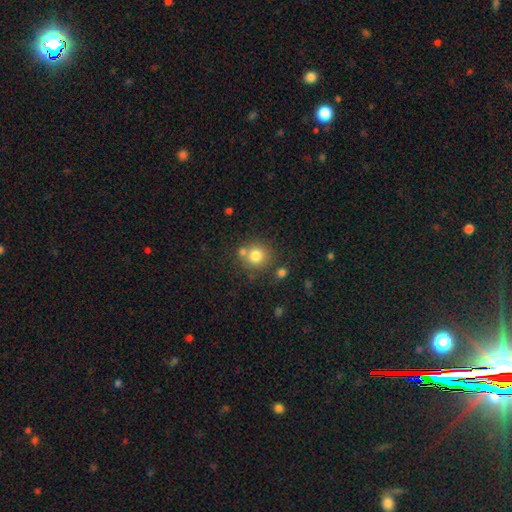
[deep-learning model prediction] Smooth or featured?
  - smooth: 78% *
  - star or artifact: 12%
  - featured or disk: 10%
How rounded?
  - round: 90% *
  - in between: 9%
  - cigar-shaped: 1%
Merging?
  - none: 68% *
  - merger: 18%
  - minor disturbance: 11%
  - major disturbance: 4%